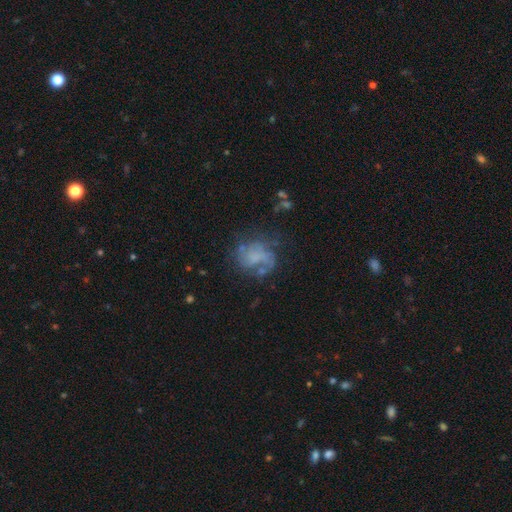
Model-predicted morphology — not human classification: Smooth or featured? featured or disk (55%)
Edge-on disk? no (98%)
Bar? no (77%)
Spiral arms? yes (52%)
Bulge size? none (66%)
Merging? none (46%)